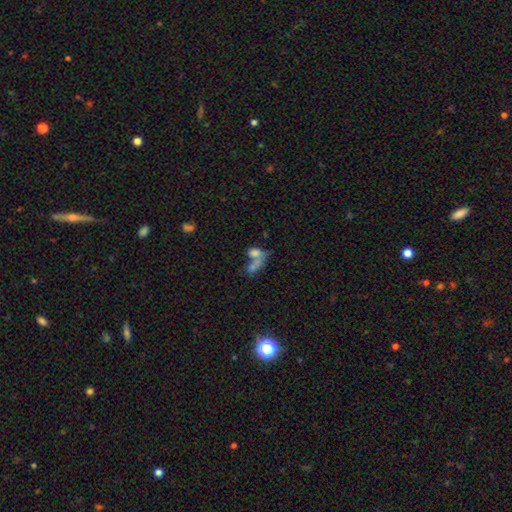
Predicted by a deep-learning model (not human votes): The model was most divided on "merging": merger: 65%, none: 19%, major disturbance: 9%, minor disturbance: 7%. More confident: how rounded — in between (77%); smooth or featured — smooth (68%).